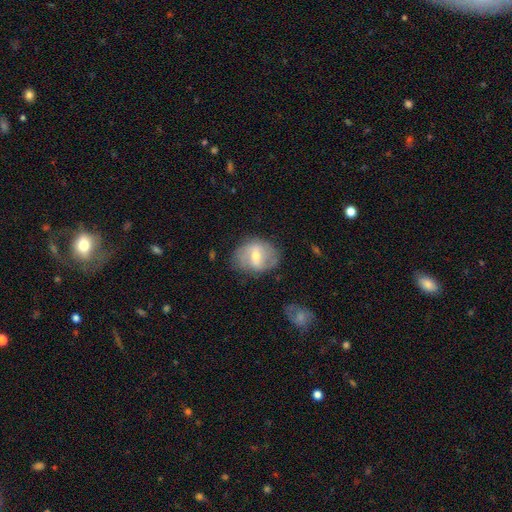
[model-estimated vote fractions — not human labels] smooth_or_featured: featured or disk (p=0.55) [alt: smooth p=0.38]
disk_edge_on: no (p=0.96) [alt: yes p=0.04]
bar: weak (p=0.53) [alt: no p=0.25]
has_spiral_arms: yes (p=0.69) [alt: no p=0.31]
bulge_size: moderate (p=0.60) [alt: small p=0.34]
merging: none (p=0.68) [alt: minor disturbance p=0.22]